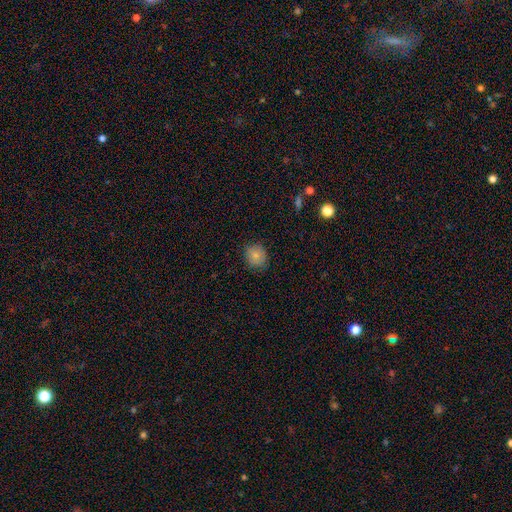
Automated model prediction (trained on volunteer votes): smooth 81%, star or artifact 10%, featured or disk 9%. Down the decision tree: how rounded — round (75%); merging — none (83%).